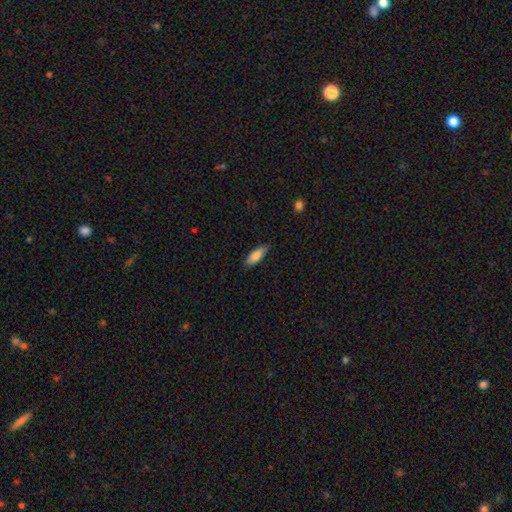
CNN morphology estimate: A smooth galaxy with no disk features (79%) that is in between round and cigar-shaped (56%). Merging: none (81%).